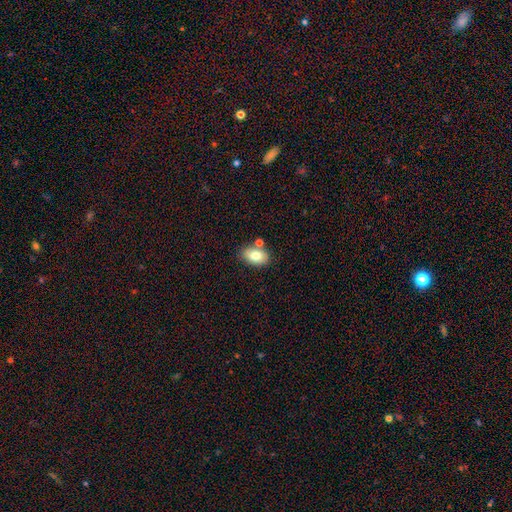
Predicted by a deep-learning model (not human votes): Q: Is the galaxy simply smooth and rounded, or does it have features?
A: smooth — 78%.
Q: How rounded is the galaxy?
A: in between — 87%.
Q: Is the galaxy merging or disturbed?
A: none — 72%.